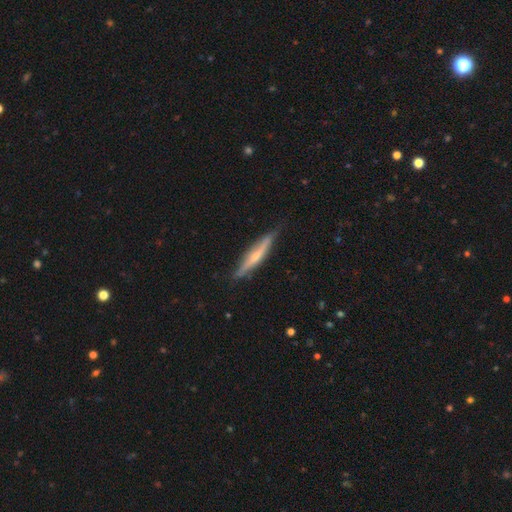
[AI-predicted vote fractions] smooth_or_featured: featured or disk (p=0.64) [alt: smooth p=0.30]
disk_edge_on: yes (p=0.95) [alt: no p=0.05]
edge_on_bulge: rounded (p=0.69) [alt: none p=0.22]
merging: none (p=0.82) [alt: minor disturbance p=0.15]